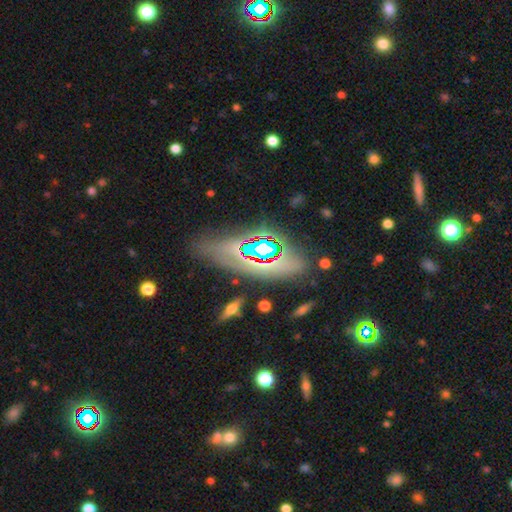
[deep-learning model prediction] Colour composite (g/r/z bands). It shows a star or artifact, not a galaxy (44%).